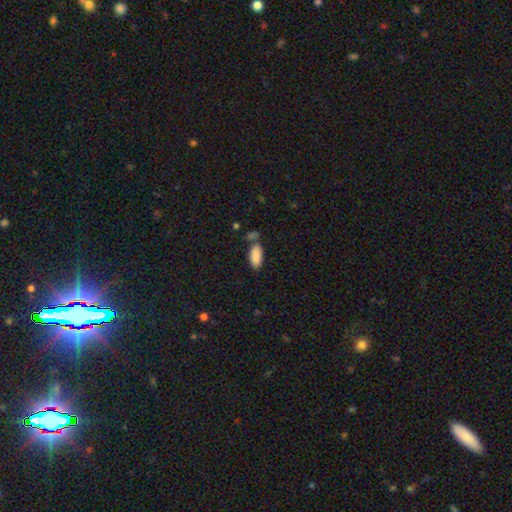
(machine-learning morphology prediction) Q: Smooth or featured?
A: smooth (89%); runner-up: star or artifact (7%)
Q: How rounded?
A: in between (90%); runner-up: cigar-shaped (8%)
Q: Merging?
A: none (65%); runner-up: minor disturbance (16%)